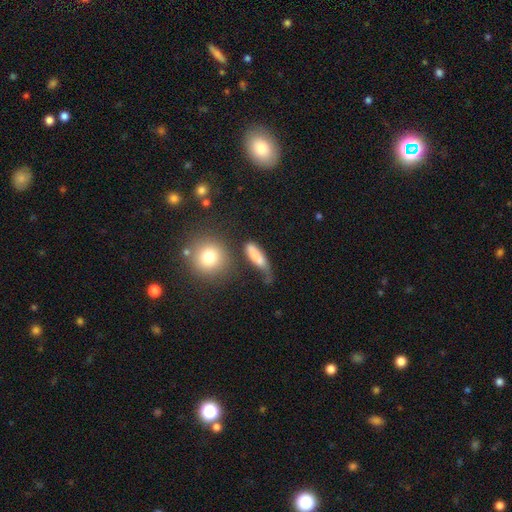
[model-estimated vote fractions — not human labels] Q: Smooth or featured?
A: smooth (75%); runner-up: featured or disk (15%)
Q: How rounded?
A: cigar-shaped (46%); runner-up: in between (45%)
Q: Merging?
A: none (39%); runner-up: minor disturbance (28%)